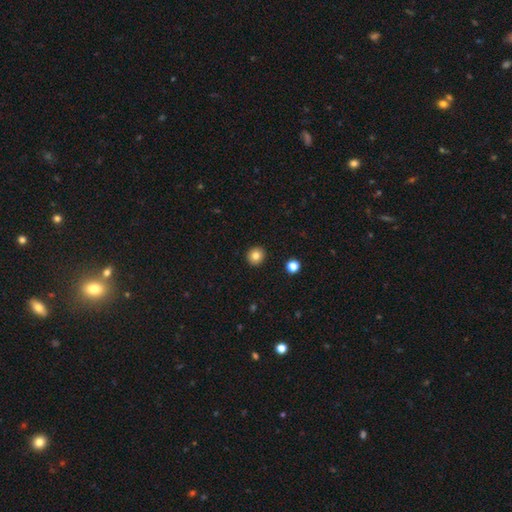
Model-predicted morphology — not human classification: smooth 82%, star or artifact 10%, featured or disk 8%. Down the decision tree: how rounded — round (92%); merging — none (93%).